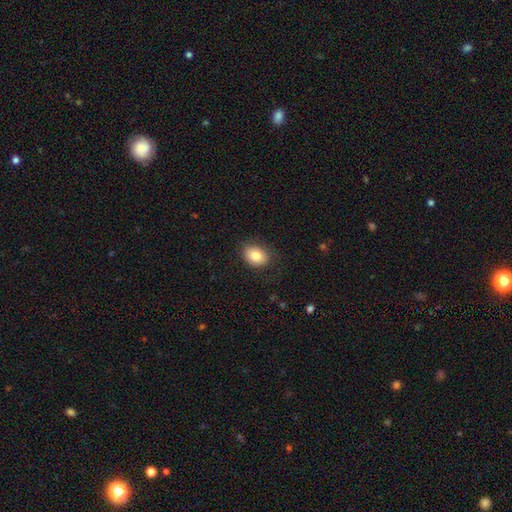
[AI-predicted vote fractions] Smooth or featured? smooth (83%)
How rounded? in between (67%)
Merging? none (83%)